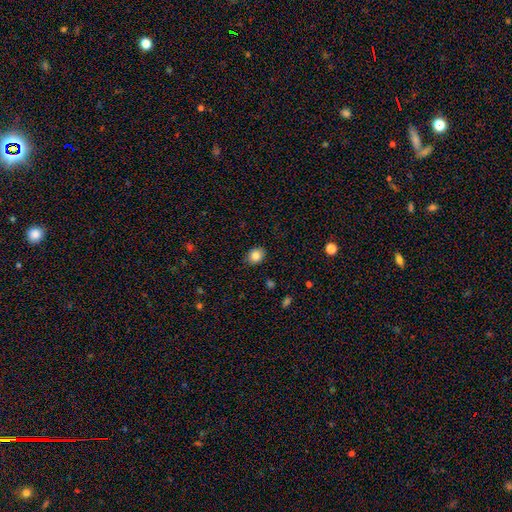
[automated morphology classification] Smooth or featured? Predicted: smooth (p=0.84). How rounded? Predicted: round (p=0.52). Merging? Predicted: none (p=0.87).